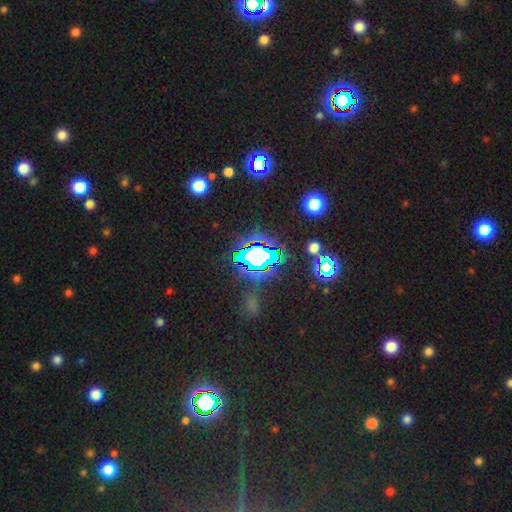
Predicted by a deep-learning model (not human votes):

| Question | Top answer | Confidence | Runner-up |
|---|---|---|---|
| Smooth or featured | star or artifact | 65% | smooth (23%) |